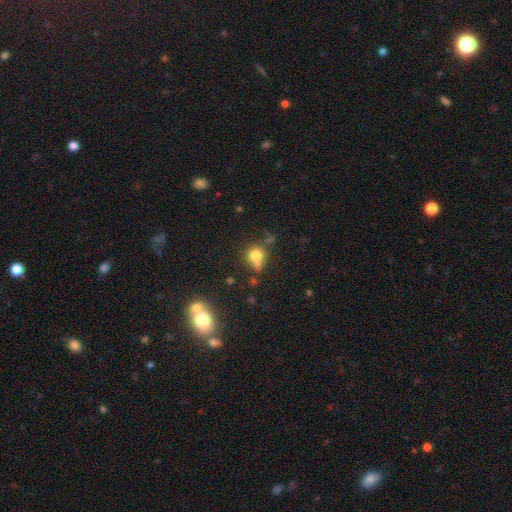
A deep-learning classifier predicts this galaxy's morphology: The model was most divided on "merging": none: 49%, merger: 30%, minor disturbance: 15%, major disturbance: 7%. More confident: how rounded — round (84%); smooth or featured — smooth (73%).